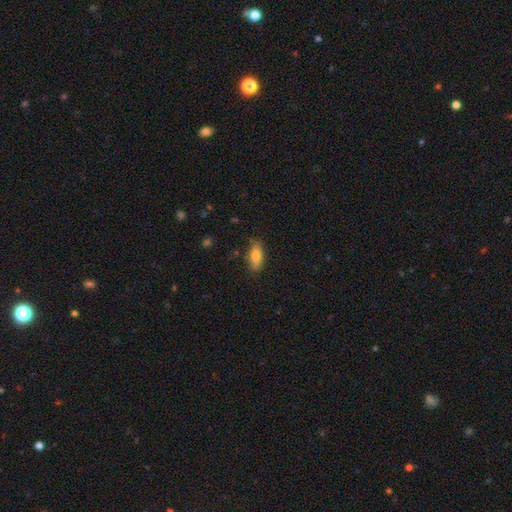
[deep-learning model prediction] smooth_or_featured: smooth (p=0.77) [alt: featured or disk p=0.17]
how_rounded: in between (p=0.69) [alt: cigar-shaped p=0.28]
merging: none (p=0.82) [alt: minor disturbance p=0.14]